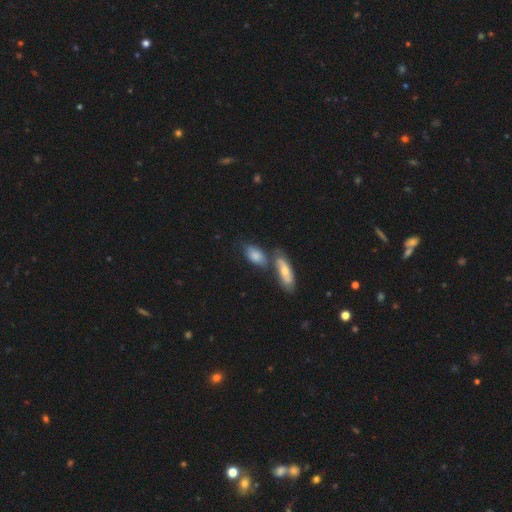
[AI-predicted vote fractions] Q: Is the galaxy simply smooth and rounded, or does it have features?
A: smooth — 73%.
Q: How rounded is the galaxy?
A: in between — 86%.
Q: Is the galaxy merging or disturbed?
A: merger — 40%, tied with none.